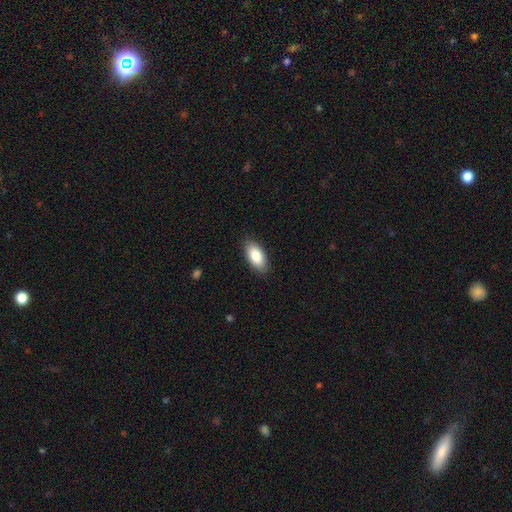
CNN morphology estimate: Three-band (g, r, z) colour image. It shows a smooth galaxy with no disk features (87%) that is in between round and cigar-shaped (92%). Merging: none (87%).